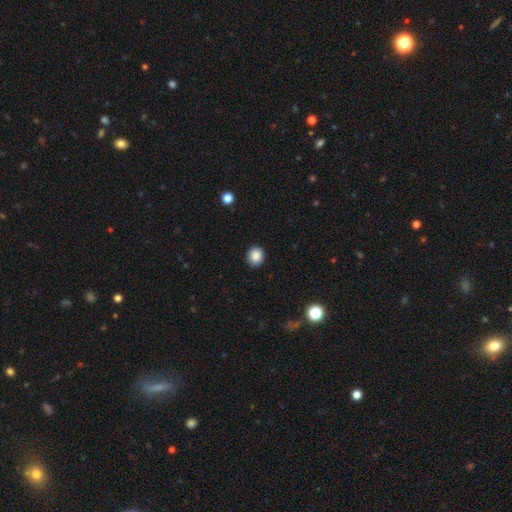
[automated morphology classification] Overall: smooth (88%). How rounded: round (77%). Merging: none (91%).